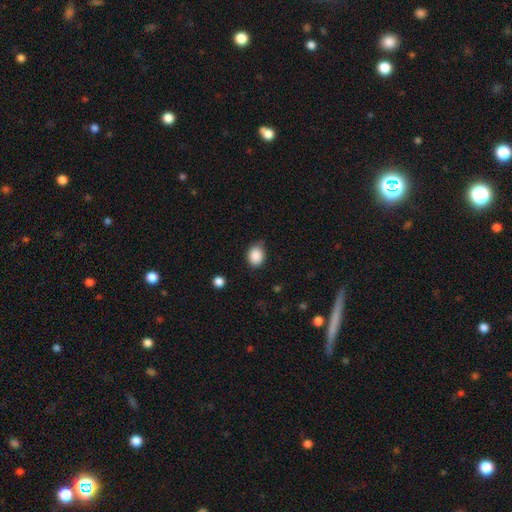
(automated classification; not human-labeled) smooth-or-featured: smooth: 88% | star or artifact: 8% | featured or disk: 4%
  how-rounded: round: 50% | in between: 49% | cigar-shaped: 1%
  merging: none: 68% | minor disturbance: 25% | major disturbance: 5% | merger: 2%